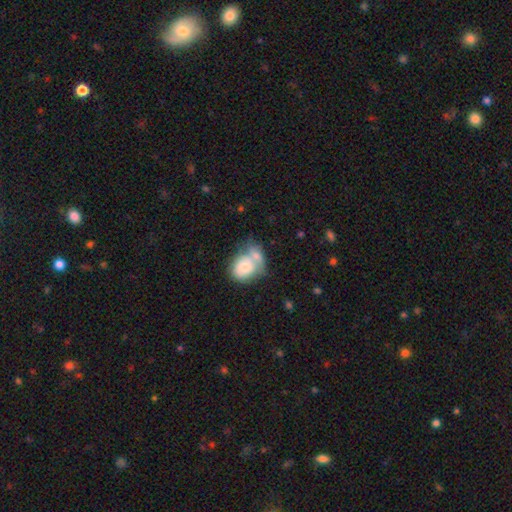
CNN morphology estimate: Overall: smooth (72%). How rounded: in between (52%; round 46%). Merging: merger (58%; none 24%).